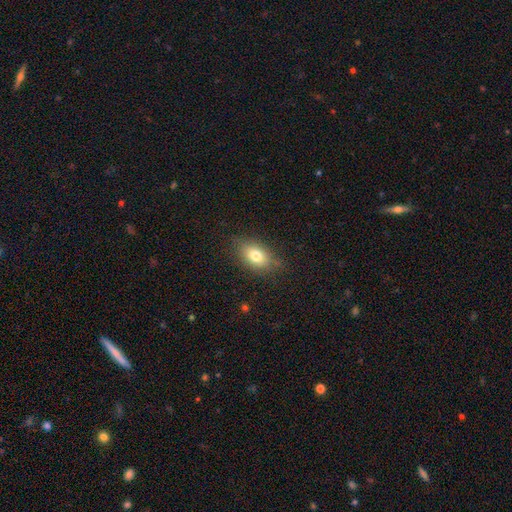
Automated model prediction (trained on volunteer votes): Smooth or featured? Predicted: smooth (p=0.78). How rounded? Predicted: in between (p=0.83). Merging? Predicted: none (p=0.80).